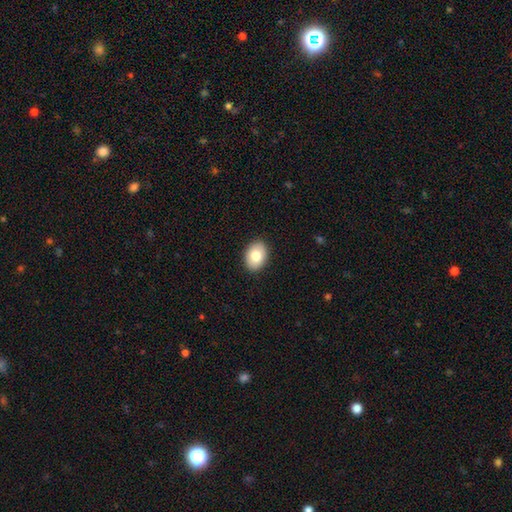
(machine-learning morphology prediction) This is clearly a smooth galaxy (81%). How rounded: likely in between (76%). Merging: clearly none (90%).